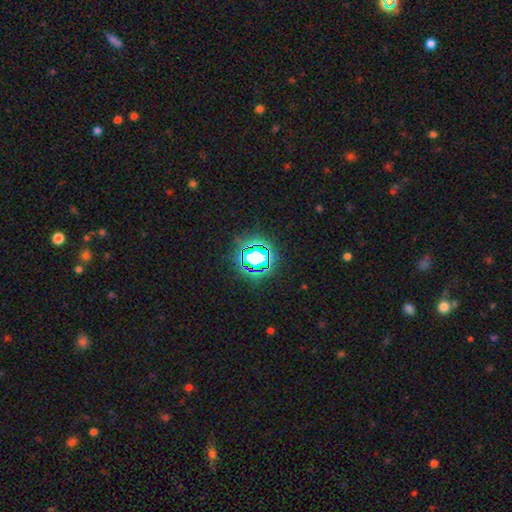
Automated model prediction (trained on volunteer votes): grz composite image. It shows a star or artifact, not a galaxy (80%).